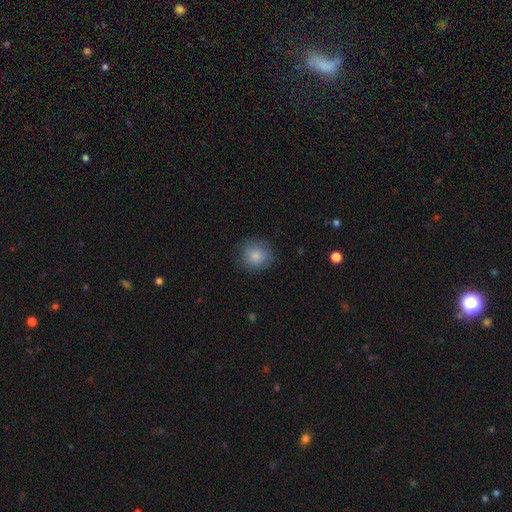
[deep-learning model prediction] Overall: smooth (85%). How rounded: round (85%). Merging: none (83%).